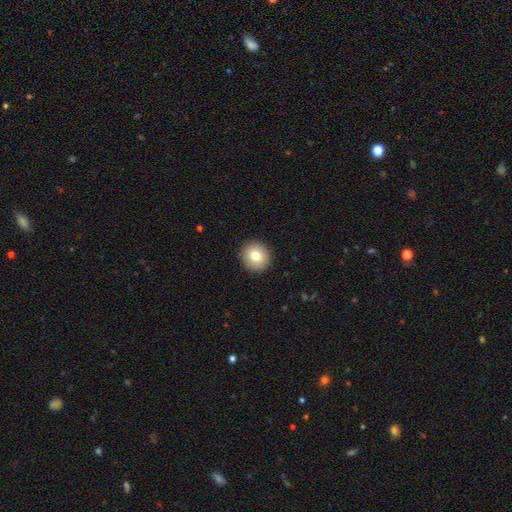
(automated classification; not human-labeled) Smooth or featured? Predicted: smooth (p=0.80). How rounded? Predicted: round (p=0.92). Merging? Predicted: none (p=0.92).